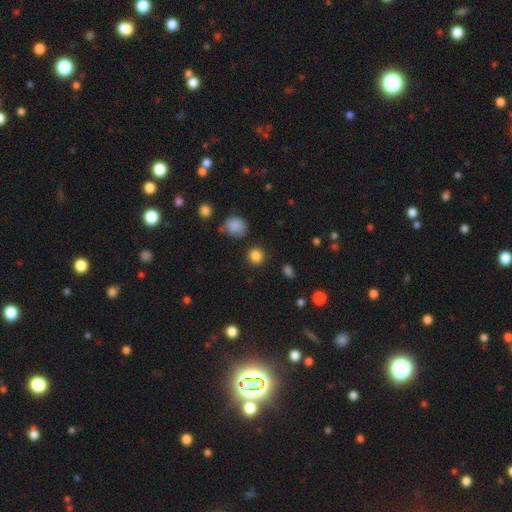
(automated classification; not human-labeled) Morphology: type=smooth (84%); roundness=round (89%); merging=none (87%).